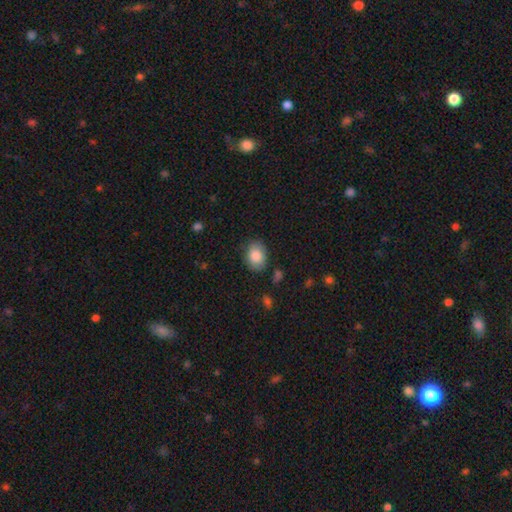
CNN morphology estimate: Q: Smooth or featured?
A: smooth (86%); runner-up: featured or disk (7%)
Q: How rounded?
A: in between (73%); runner-up: round (26%)
Q: Merging?
A: none (81%); runner-up: minor disturbance (14%)